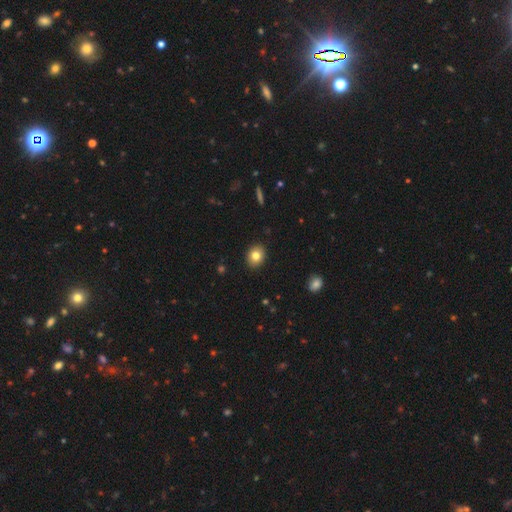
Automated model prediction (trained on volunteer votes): A smooth galaxy with no disk features (81%) that is round (56%). Merging: none (91%).